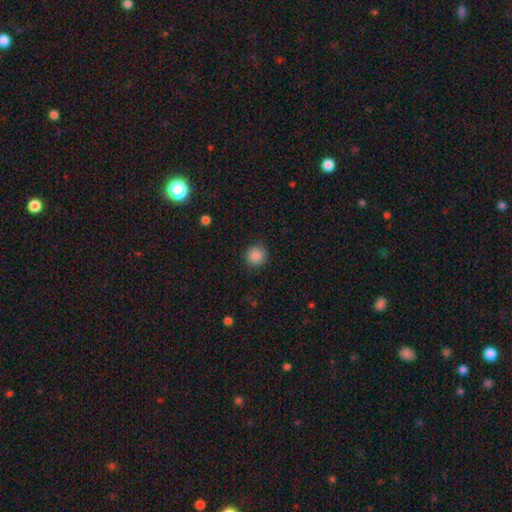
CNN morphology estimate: smooth 87%, star or artifact 10%, featured or disk 3%. Down the decision tree: how rounded — round (94%); merging — none (90%).